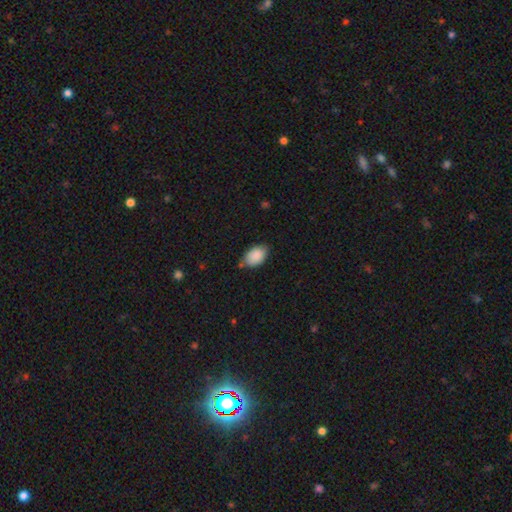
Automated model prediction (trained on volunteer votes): Smooth or featured? smooth (89%)
How rounded? in between (91%)
Merging? none (69%)